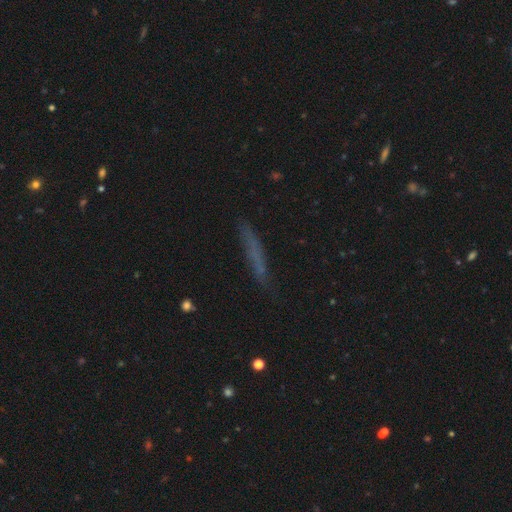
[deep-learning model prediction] smooth-or-featured: smooth: 56% | featured or disk: 31% | star or artifact: 13%
  how-rounded: cigar-shaped: 92% | in between: 6% | round: 2%
  merging: none: 81% | minor disturbance: 14% | major disturbance: 4% | merger: 2%